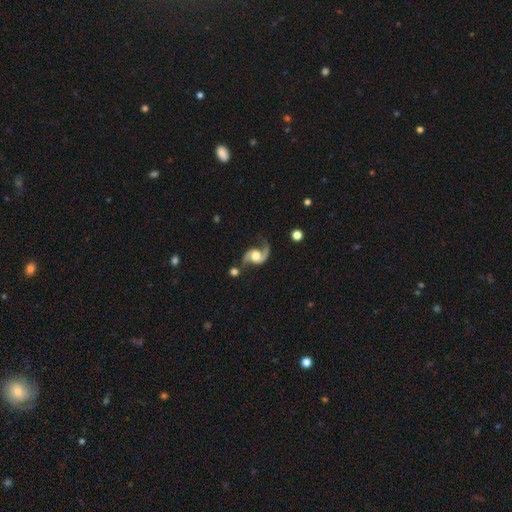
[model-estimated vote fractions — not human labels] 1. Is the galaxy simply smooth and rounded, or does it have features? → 89% featured or disk, 6% smooth, 5% star or artifact.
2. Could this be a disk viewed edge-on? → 98% no, 2% yes.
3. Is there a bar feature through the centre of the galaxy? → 63% no, 28% weak, 8% strong.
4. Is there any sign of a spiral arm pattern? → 97% yes, 3% no.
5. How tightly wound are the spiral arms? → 61% loose, 33% medium, 7% tight.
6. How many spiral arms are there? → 92% 2, 4% 1, 2% can't tell, 1% 3, 1% 4, 1% more than 4.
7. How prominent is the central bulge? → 55% moderate, 32% large, 8% small, 3% dominant, 2% none.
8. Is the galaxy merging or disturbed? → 64% none, 17% minor disturbance, 11% major disturbance, 8% merger.